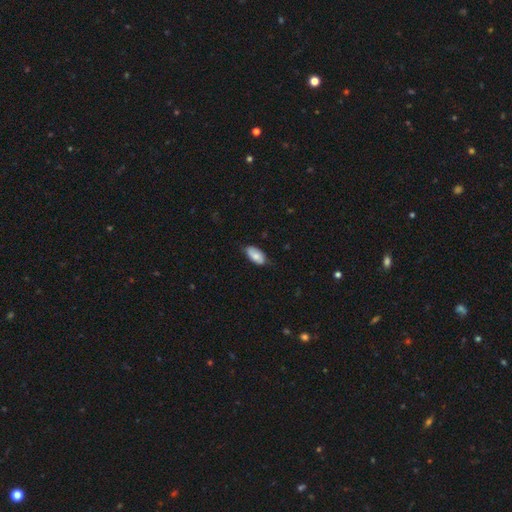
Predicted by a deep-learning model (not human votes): smooth 77%, featured or disk 17%, star or artifact 6%. Down the decision tree: how rounded — in between (93%); merging — none (75%).